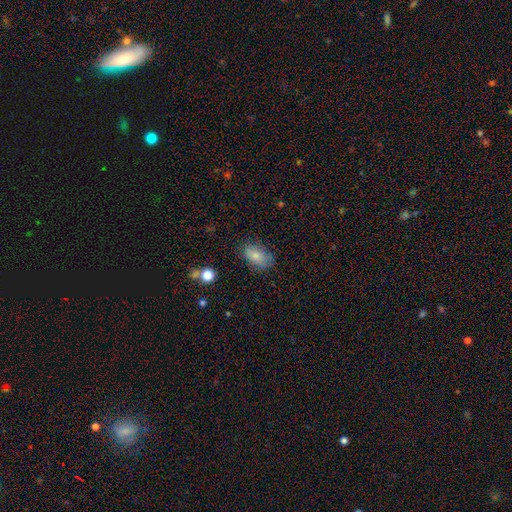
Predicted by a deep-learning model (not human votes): smooth 81%, featured or disk 11%, star or artifact 8%. Down the decision tree: how rounded — in between (90%); merging — none (73%).